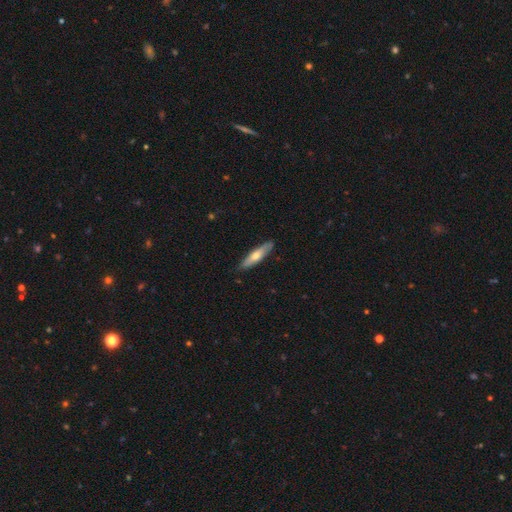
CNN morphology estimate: type=smooth (53%); roundness=cigar-shaped (80%); merging=none (87%).